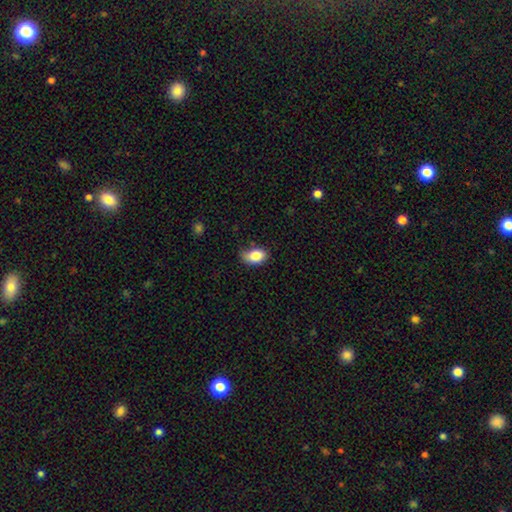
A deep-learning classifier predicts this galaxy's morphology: Smooth or featured?
  - smooth: 84% *
  - star or artifact: 8%
  - featured or disk: 8%
How rounded?
  - in between: 85% *
  - round: 13%
  - cigar-shaped: 1%
Merging?
  - none: 63% *
  - minor disturbance: 29%
  - major disturbance: 6%
  - merger: 2%